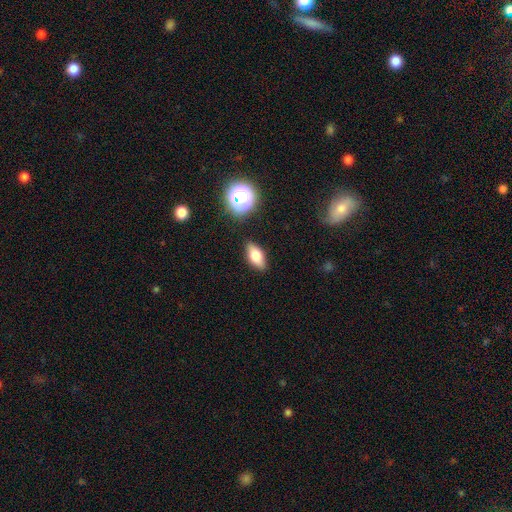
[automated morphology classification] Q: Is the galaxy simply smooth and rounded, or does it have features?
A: smooth — 71%.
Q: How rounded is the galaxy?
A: in between — 82%.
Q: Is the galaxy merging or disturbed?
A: none — 84%.